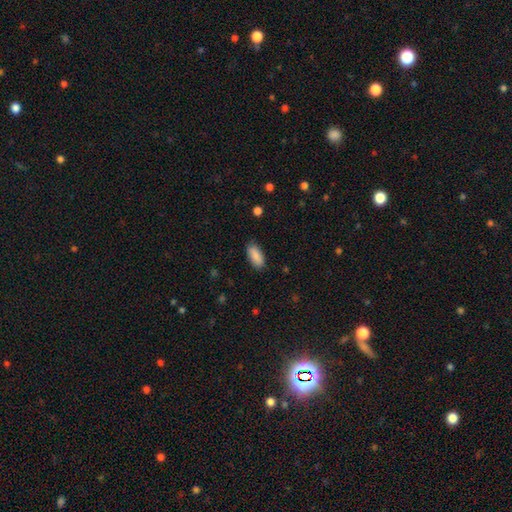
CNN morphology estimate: A smooth galaxy with no disk features (89%) that is in between round and cigar-shaped (86%). Merging: none (85%).